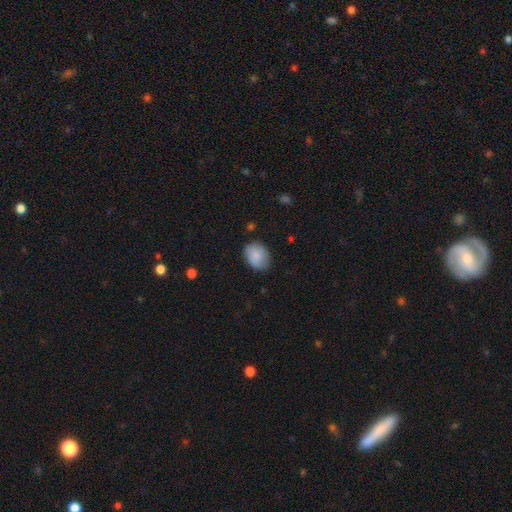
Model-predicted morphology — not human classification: Smooth or featured: smooth — 87% (star or artifact — 7%)
How rounded: in between — 65% (round — 34%)
Merging: none — 76% (minor disturbance — 19%)